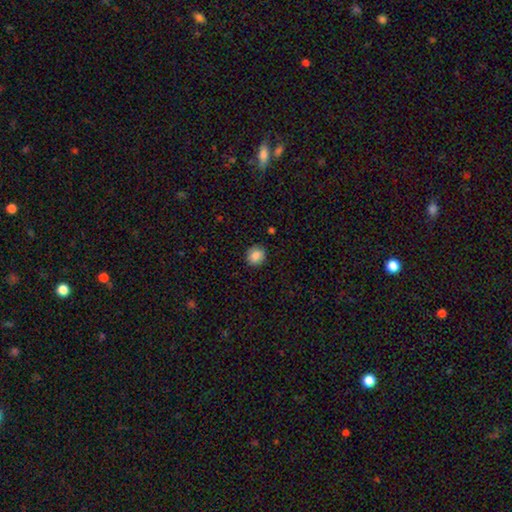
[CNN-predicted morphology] smooth 86%, star or artifact 9%, featured or disk 5%. Down the decision tree: how rounded — round (83%); merging — none (88%).